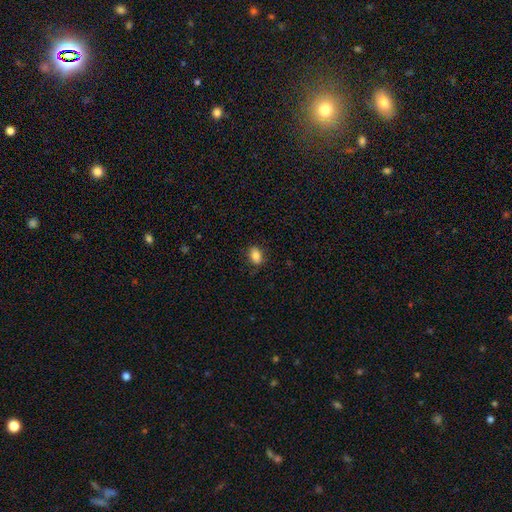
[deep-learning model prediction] Morphology: type=smooth (85%); roundness=in between (82%); merging=none (83%).